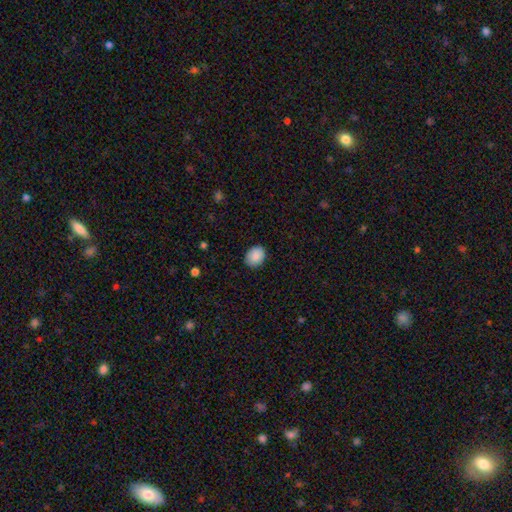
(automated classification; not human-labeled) Smooth or featured: smooth — 89% (star or artifact — 7%)
How rounded: in between — 52% (round — 47%)
Merging: none — 88% (minor disturbance — 9%)